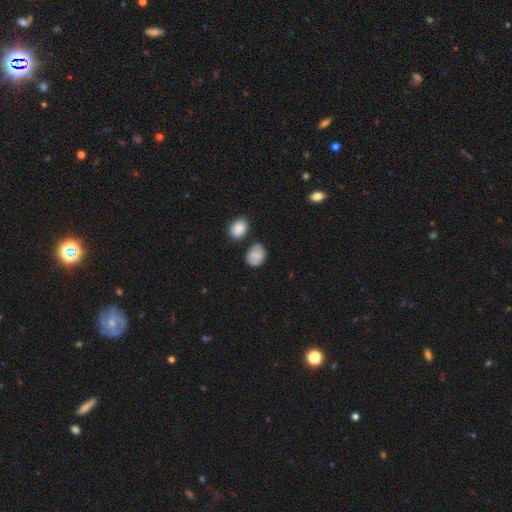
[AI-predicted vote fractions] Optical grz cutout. It shows a smooth galaxy with no disk features (74%) that is round (51%). Merging: none (66%).